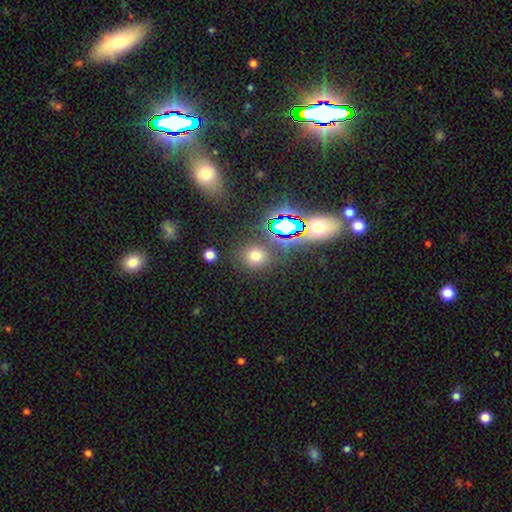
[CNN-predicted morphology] Overall: smooth (65%; star or artifact 27%). How rounded: round (77%). Merging: none (82%).